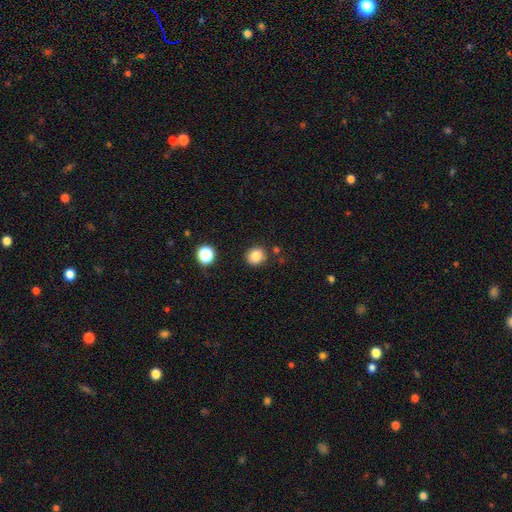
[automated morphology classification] Smooth or featured? smooth (83%)
How rounded? round (85%)
Merging? none (84%)